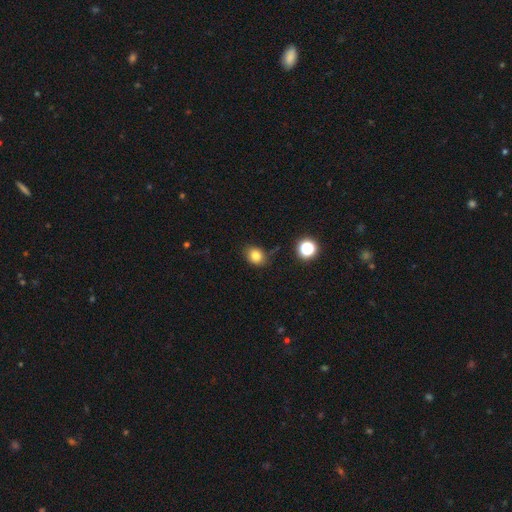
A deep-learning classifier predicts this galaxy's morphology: type=smooth (80%); roundness=in between (51%); merging=none (78%).